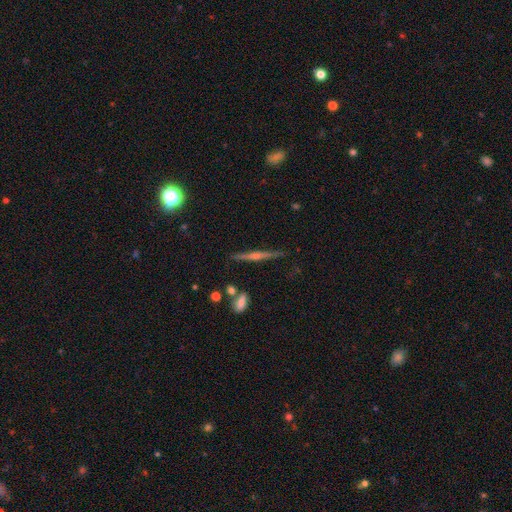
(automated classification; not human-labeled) A featured or disk galaxy (75%) viewed edge-on (98%) with a rounded central bulge (79%).

Vote fractions:
- Smooth or featured? featured or disk: 75% / smooth: 16% / star or artifact: 8%
- Edge-on disk? yes: 98% / no: 2%
- Edge-on bulge? rounded: 79% / none: 13% / boxy: 8%
- Merging? none: 87% / minor disturbance: 9% / merger: 2% / major disturbance: 2%